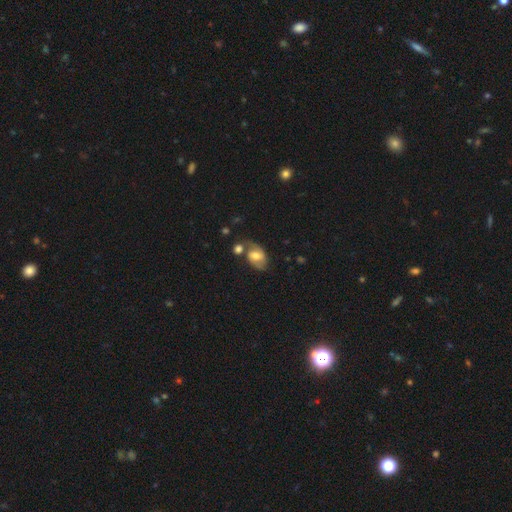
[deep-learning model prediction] Smooth or featured? Predicted: featured or disk (p=0.57). Edge-on disk? Predicted: no (p=0.95). Bar? Predicted: weak (p=0.43). Spiral arms? Predicted: yes (p=0.79). Bulge size? Predicted: moderate (p=0.59). Merging? Predicted: none (p=0.51).